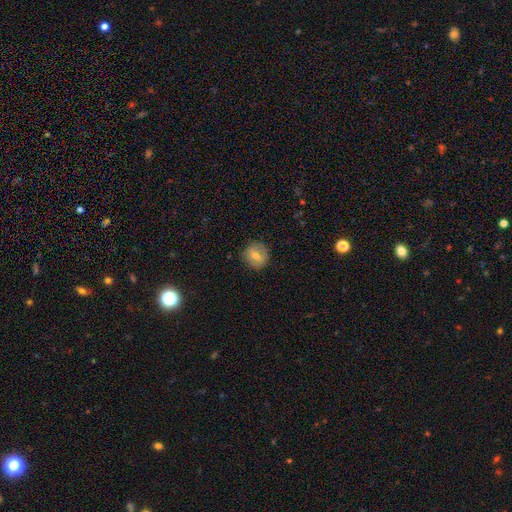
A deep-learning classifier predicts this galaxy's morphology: Smooth or featured? Predicted: smooth (p=0.59). How rounded? Predicted: round (p=0.87). Merging? Predicted: none (p=0.85).